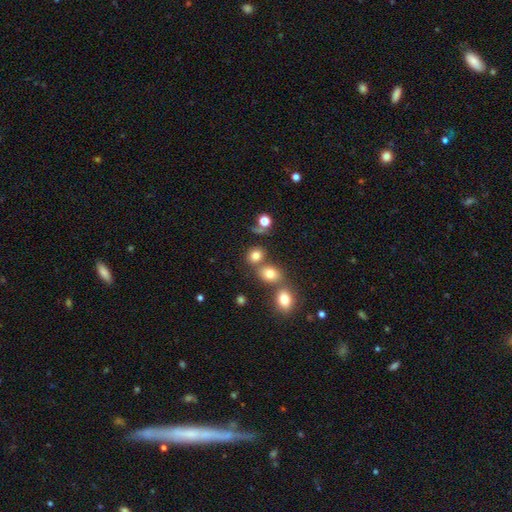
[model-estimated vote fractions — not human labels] smooth-or-featured: smooth: 77% | star or artifact: 14% | featured or disk: 9%
  how-rounded: round: 64% | in between: 34% | cigar-shaped: 1%
  merging: none: 56% | merger: 28% | minor disturbance: 10% | major disturbance: 5%